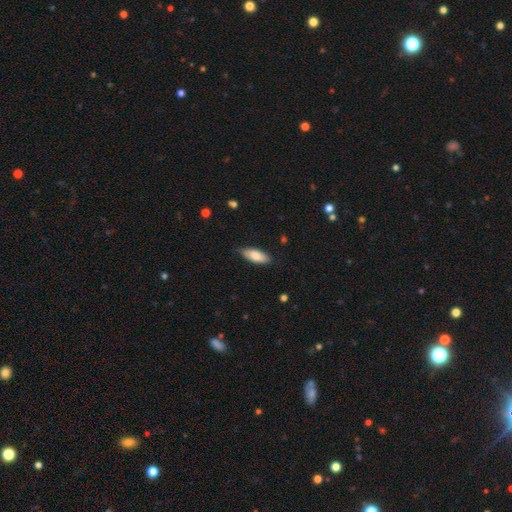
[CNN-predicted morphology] Smooth or featured?
  - smooth: 81% *
  - featured or disk: 13%
  - star or artifact: 6%
How rounded?
  - in between: 80% *
  - cigar-shaped: 18%
  - round: 2%
Merging?
  - none: 79% *
  - minor disturbance: 17%
  - major disturbance: 2%
  - merger: 1%